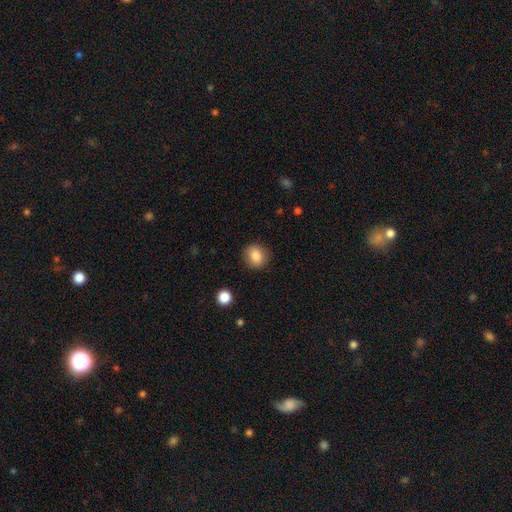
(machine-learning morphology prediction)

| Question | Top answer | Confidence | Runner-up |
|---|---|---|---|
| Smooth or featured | smooth | 86% | star or artifact (9%) |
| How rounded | round | 76% | in between (23%) |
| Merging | none | 88% | minor disturbance (8%) |